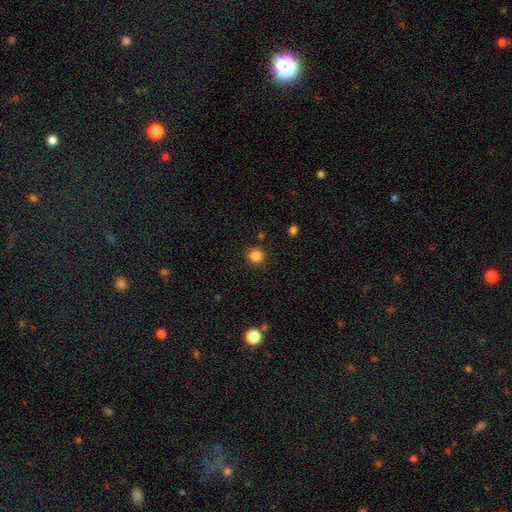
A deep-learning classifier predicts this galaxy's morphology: A smooth galaxy with no disk features (84%) that is round (93%). Merging: none (90%).